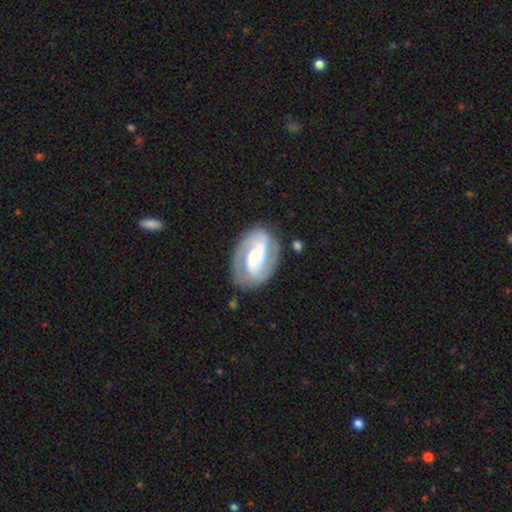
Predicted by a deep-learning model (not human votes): Smooth or featured? Predicted: featured or disk (p=0.85). Edge-on disk? Predicted: no (p=0.97). Bar? Predicted: weak (p=0.41). Spiral arms? Predicted: yes (p=0.95). Spiral winding? Predicted: medium (p=0.47). Spiral arm count? Predicted: 2 (p=0.83). Bulge size? Predicted: moderate (p=0.52). Merging? Predicted: none (p=0.77).